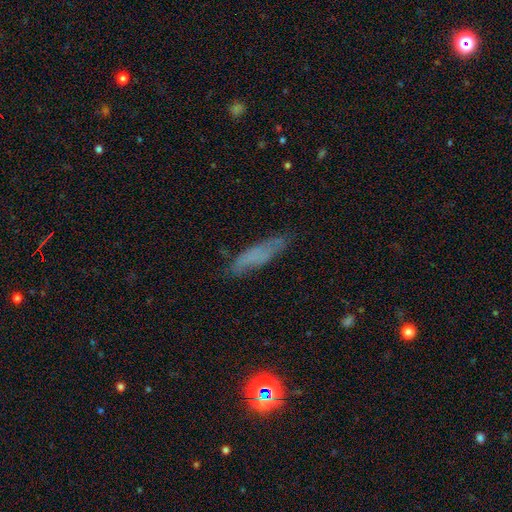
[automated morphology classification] Smooth or featured? Predicted: smooth (p=0.55). How rounded? Predicted: cigar-shaped (p=0.69). Merging? Predicted: none (p=0.72).